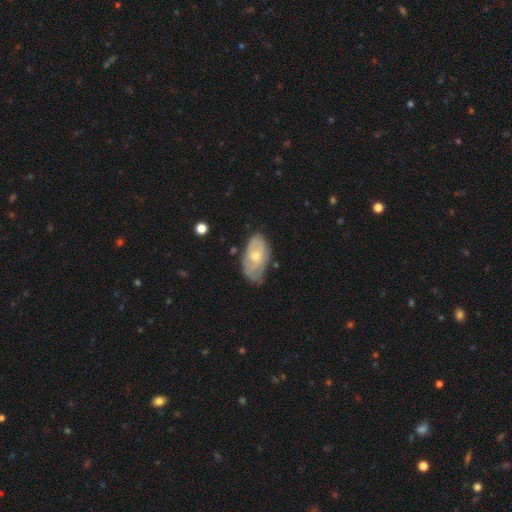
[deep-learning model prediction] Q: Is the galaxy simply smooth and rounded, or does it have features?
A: featured or disk — 57%.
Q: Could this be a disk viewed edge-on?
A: no — 93%.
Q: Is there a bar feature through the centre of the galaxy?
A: no — 78%.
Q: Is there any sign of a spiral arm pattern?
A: yes — 63%.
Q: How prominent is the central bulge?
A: moderate — 52%.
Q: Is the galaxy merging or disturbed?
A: none — 56%.